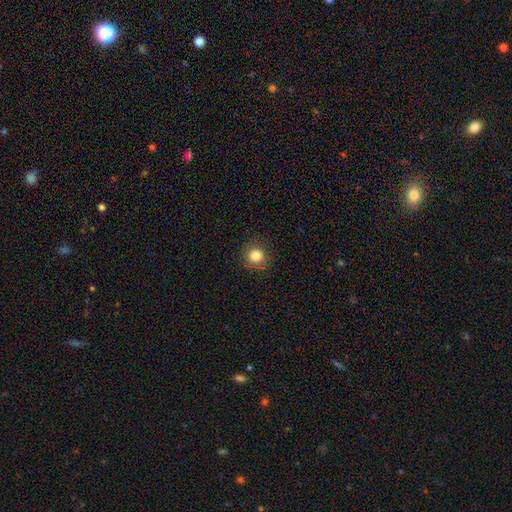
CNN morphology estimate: smooth 82%, star or artifact 12%, featured or disk 7%. Down the decision tree: how rounded — round (92%); merging — none (88%).